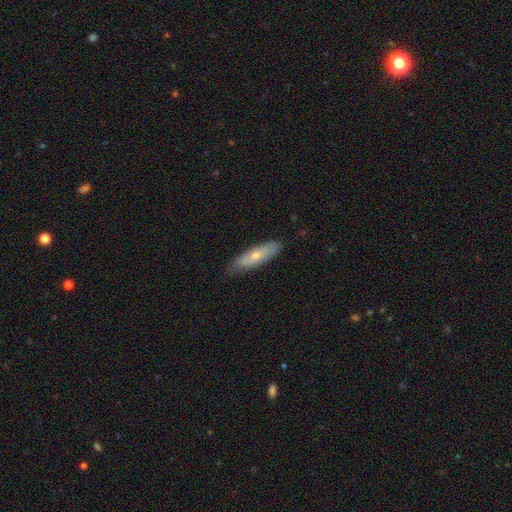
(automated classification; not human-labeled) Overall: smooth (63%; featured or disk 32%). How rounded: cigar-shaped (60%; in between 38%). Merging: none (77%).